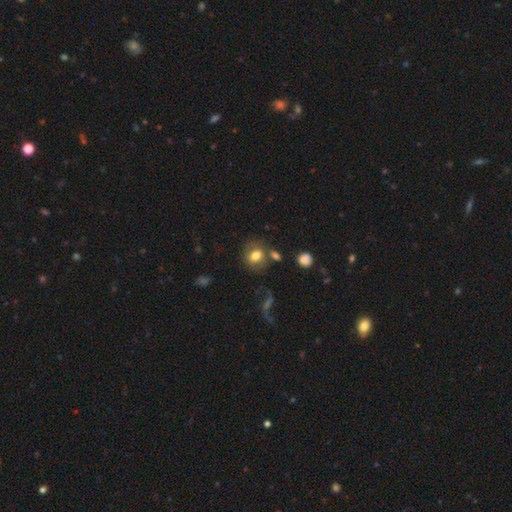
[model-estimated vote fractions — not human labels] A smooth galaxy with no disk features (74%) that is round (62%). Merging: none (64%).